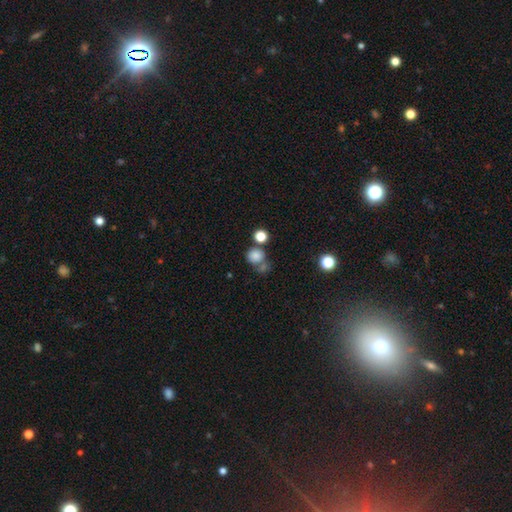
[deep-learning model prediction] Overall: smooth (80%). How rounded: round (83%). Merging: none (50%; merger 32%).